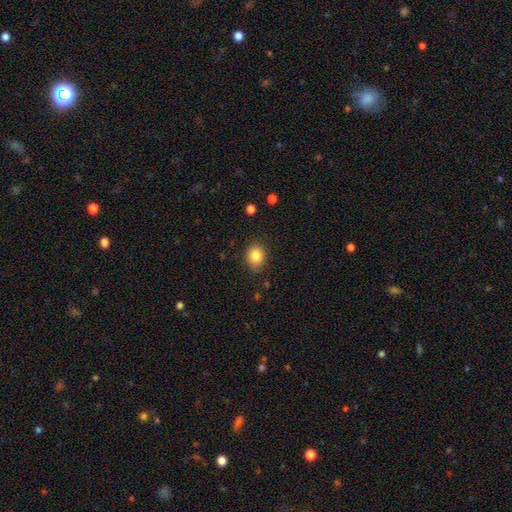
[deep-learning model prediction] Smooth or featured? smooth (84%)
How rounded? round (57%)
Merging? none (82%)